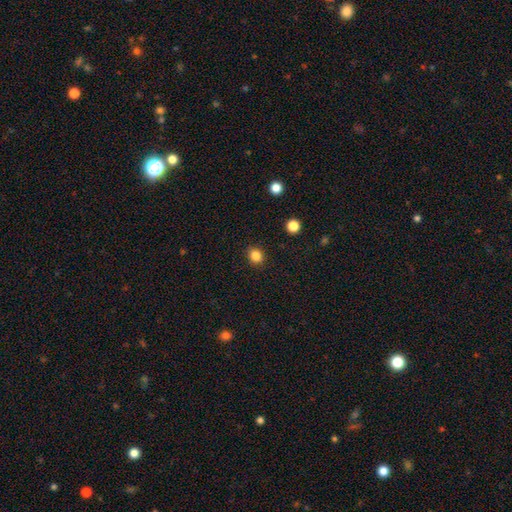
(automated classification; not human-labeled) smooth_or_featured: smooth (p=0.84) [alt: star or artifact p=0.12]
how_rounded: round (p=0.70) [alt: in between p=0.29]
merging: none (p=0.90) [alt: minor disturbance p=0.07]